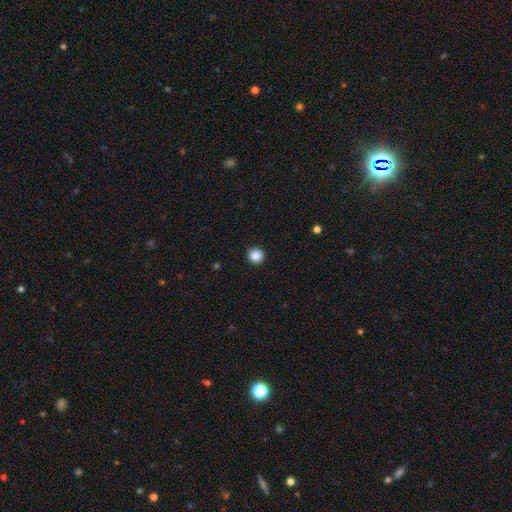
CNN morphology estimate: type=smooth (87%); roundness=round (94%); merging=none (93%).